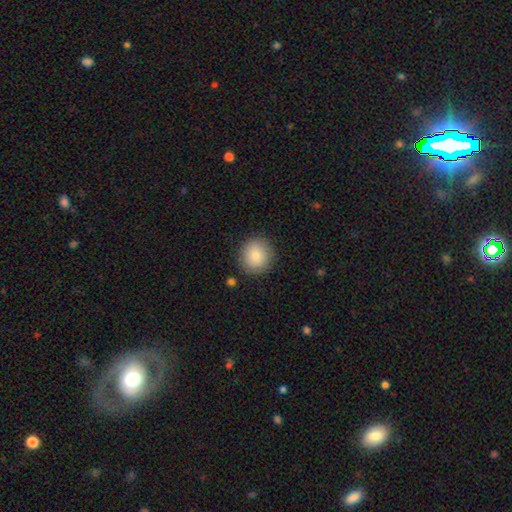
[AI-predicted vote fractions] This is clearly a smooth galaxy (83%). How rounded: clearly round (90%). Merging: clearly none (88%).